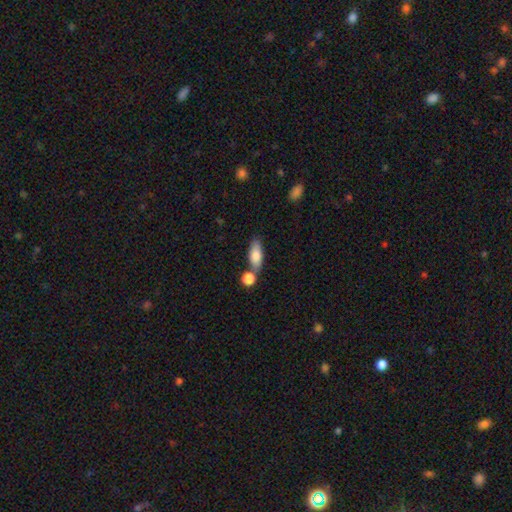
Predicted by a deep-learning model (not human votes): Smooth or featured: smooth — 79% (featured or disk — 15%)
How rounded: in between — 72% (cigar-shaped — 24%)
Merging: none — 58% (merger — 24%)